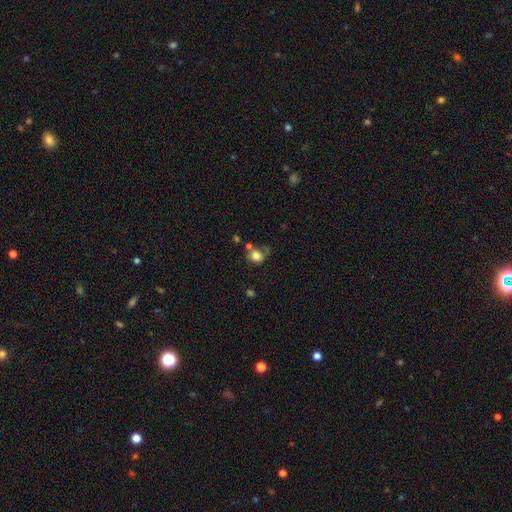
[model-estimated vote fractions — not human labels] Overall: smooth (80%). How rounded: round (77%). Merging: none (53%; minor disturbance 21%).